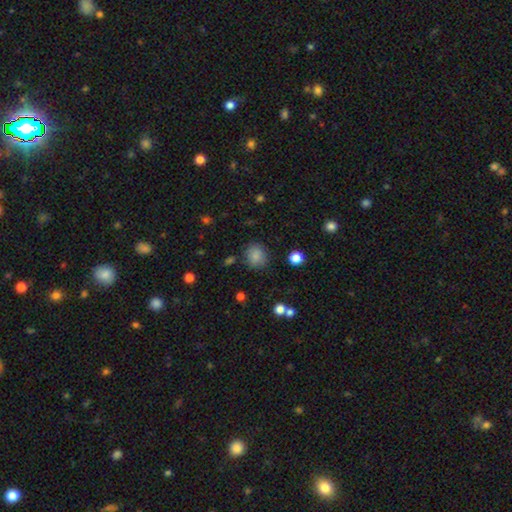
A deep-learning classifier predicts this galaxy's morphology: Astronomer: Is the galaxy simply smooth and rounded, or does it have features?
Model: smooth — 84%.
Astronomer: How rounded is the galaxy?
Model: round — 73%.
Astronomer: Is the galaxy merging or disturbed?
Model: none — 83%.